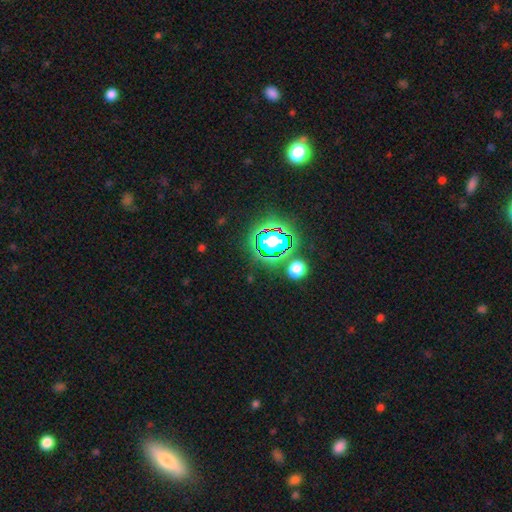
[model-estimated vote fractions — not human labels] The model was most divided on "smooth or featured": star or artifact: 76%, smooth: 16%, featured or disk: 8%.